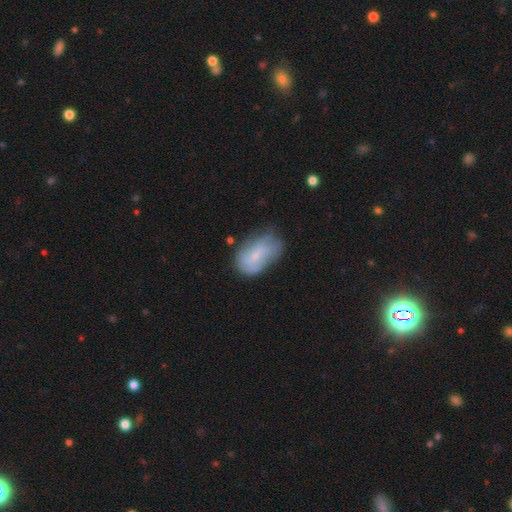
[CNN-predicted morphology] Smooth or featured? smooth (49%)
Merging? none (51%)